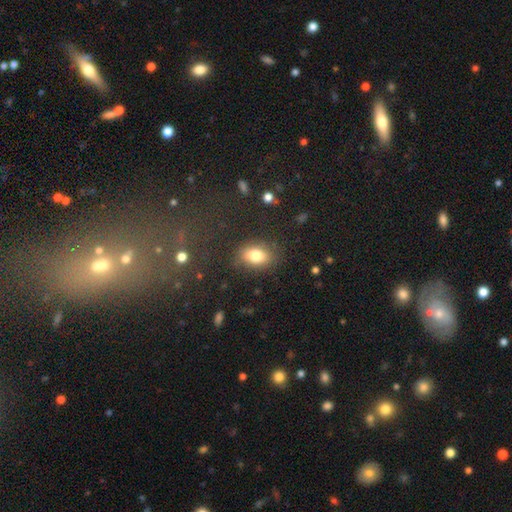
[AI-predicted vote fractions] Overall: smooth (79%). How rounded: in between (80%). Merging: none (78%).